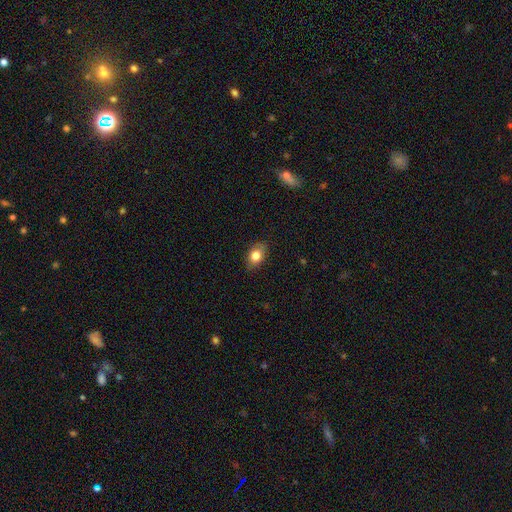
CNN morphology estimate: smooth-or-featured: smooth: 80% | featured or disk: 11% | star or artifact: 8%
  how-rounded: in between: 79% | round: 19% | cigar-shaped: 2%
  merging: none: 82% | minor disturbance: 14% | major disturbance: 3% | merger: 1%